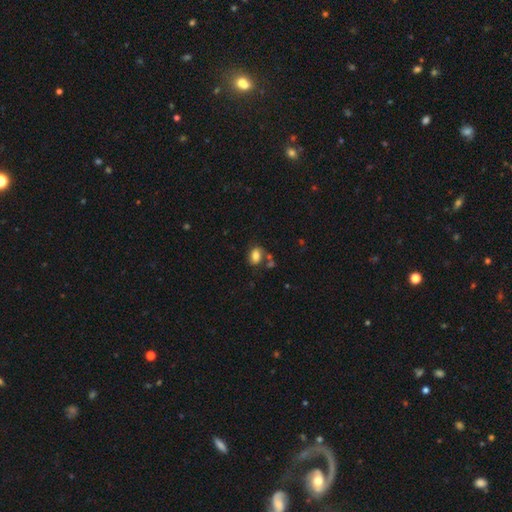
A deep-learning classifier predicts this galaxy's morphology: smooth-or-featured: smooth: 79% | featured or disk: 11% | star or artifact: 10%
  how-rounded: in between: 76% | round: 23% | cigar-shaped: 1%
  merging: none: 58% | merger: 19% | minor disturbance: 16% | major disturbance: 7%